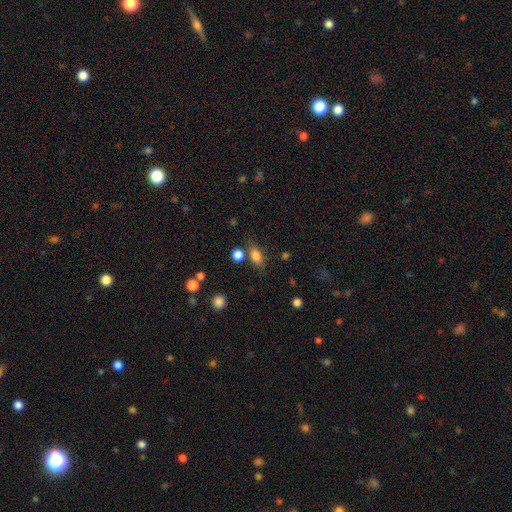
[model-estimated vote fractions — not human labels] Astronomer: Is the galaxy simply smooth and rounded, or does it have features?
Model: smooth — 83%.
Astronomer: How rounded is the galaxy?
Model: in between — 82%.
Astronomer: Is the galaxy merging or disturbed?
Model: none — 69%.